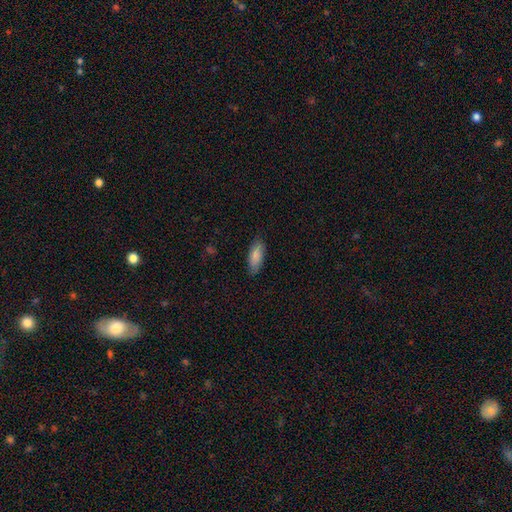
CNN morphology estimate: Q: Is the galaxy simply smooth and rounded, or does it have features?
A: smooth — 85%.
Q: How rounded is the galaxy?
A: in between — 74%.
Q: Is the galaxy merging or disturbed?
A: none — 84%.